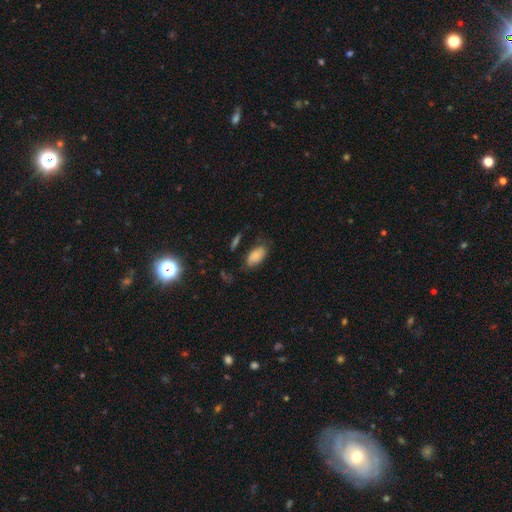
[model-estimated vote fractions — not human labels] Q: Smooth or featured?
A: smooth (84%); runner-up: featured or disk (8%)
Q: How rounded?
A: in between (93%); runner-up: cigar-shaped (4%)
Q: Merging?
A: none (69%); runner-up: minor disturbance (20%)